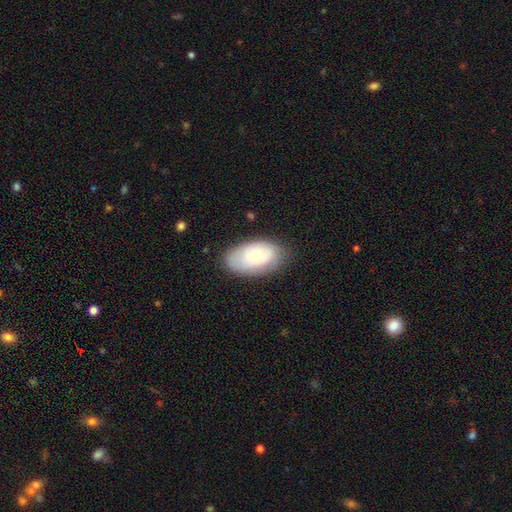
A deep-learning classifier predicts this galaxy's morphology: Smooth or featured? Predicted: smooth (p=0.61). How rounded? Predicted: in between (p=0.94). Merging? Predicted: none (p=0.77).